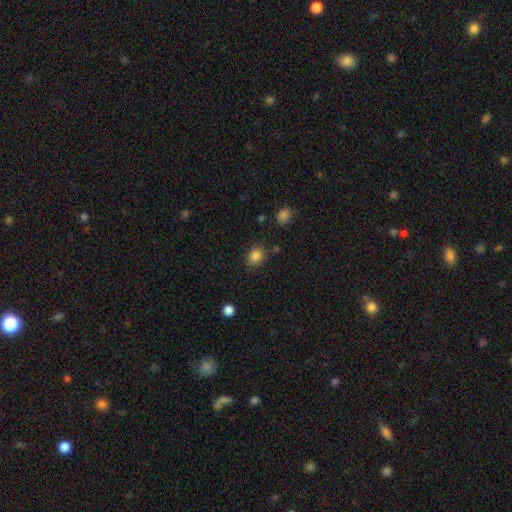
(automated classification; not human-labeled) A smooth galaxy with no disk features (85%) that is round (57%). Merging: none (80%).